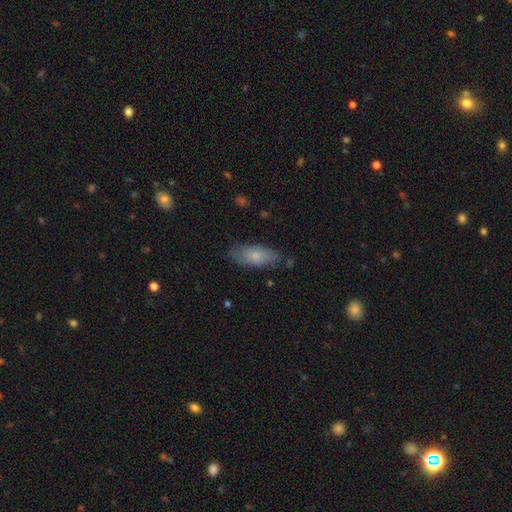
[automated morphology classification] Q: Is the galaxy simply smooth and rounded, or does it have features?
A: smooth — 72%.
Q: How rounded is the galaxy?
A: in between — 83%.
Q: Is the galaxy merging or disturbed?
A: none — 74%.